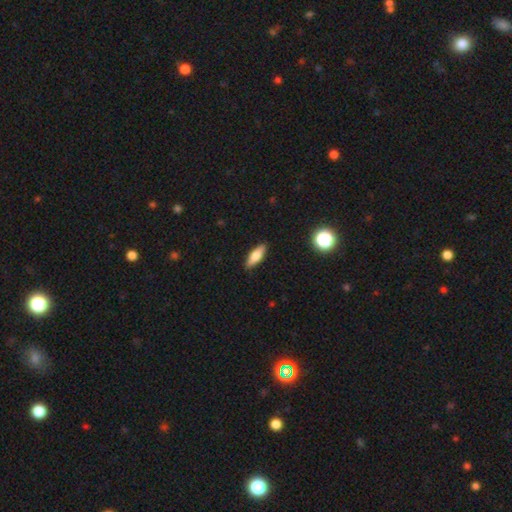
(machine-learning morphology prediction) This appears to be a smooth galaxy with no disk features (70%) that is in between round and cigar-shaped (53%). Merging: none (89%).